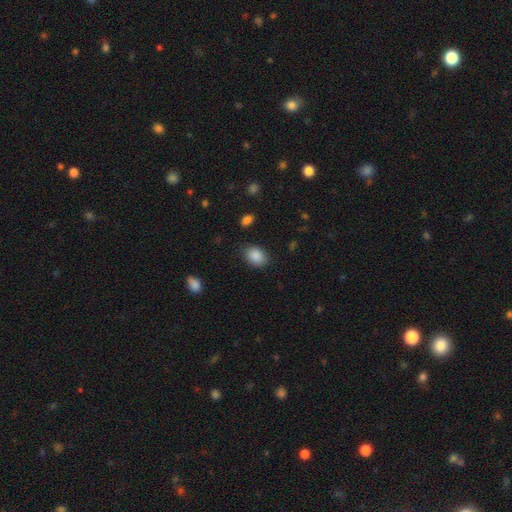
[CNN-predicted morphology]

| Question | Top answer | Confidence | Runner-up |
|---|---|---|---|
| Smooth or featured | smooth | 88% | star or artifact (8%) |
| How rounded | in between | 73% | round (26%) |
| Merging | none | 81% | minor disturbance (14%) |